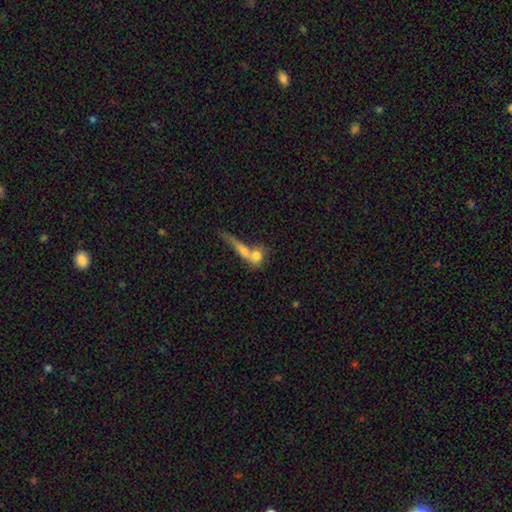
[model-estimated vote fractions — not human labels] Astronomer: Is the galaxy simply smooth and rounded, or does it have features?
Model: smooth — 67%.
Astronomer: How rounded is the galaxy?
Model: round — 44% (runner-up: in between, 34%).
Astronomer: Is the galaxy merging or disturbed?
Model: merger — 57%.